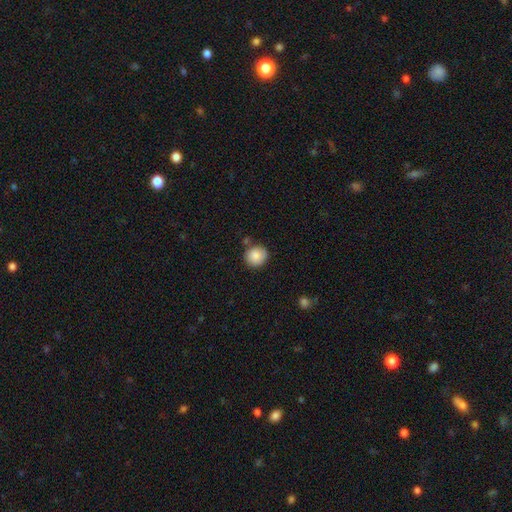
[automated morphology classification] Smooth or featured? Predicted: smooth (p=0.88). How rounded? Predicted: round (p=0.89). Merging? Predicted: none (p=0.77).